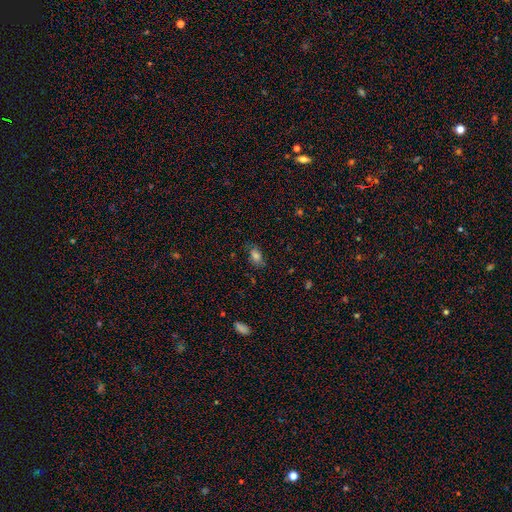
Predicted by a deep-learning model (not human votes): Smooth or featured? Predicted: smooth (p=0.78). How rounded? Predicted: in between (p=0.86). Merging? Predicted: none (p=0.76).